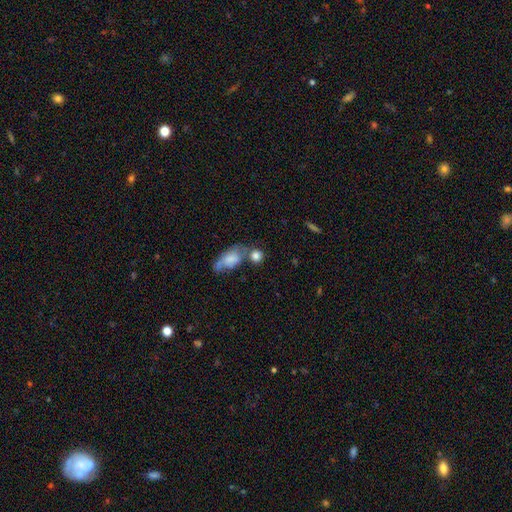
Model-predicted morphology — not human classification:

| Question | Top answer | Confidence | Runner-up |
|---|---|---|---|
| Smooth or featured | smooth | 79% | featured or disk (12%) |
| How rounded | round | 68% | in between (29%) |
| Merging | none | 45% | merger (35%) |